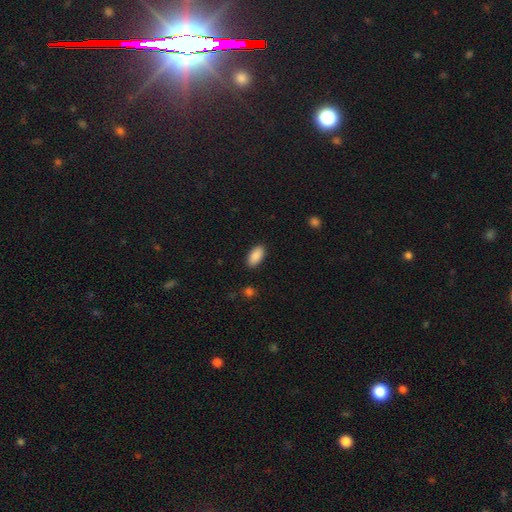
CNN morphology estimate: Overall: smooth (90%). How rounded: in between (93%). Merging: none (89%).